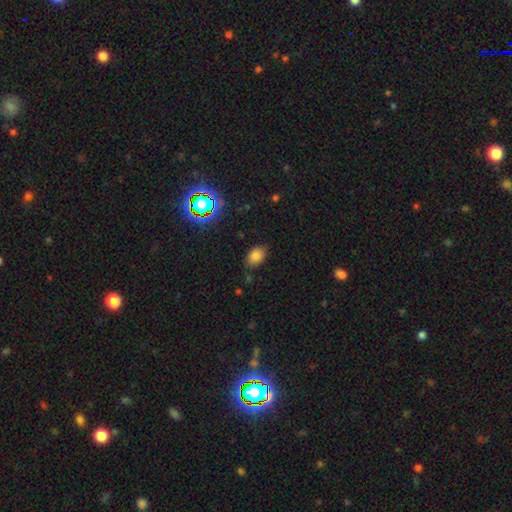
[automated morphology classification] Smooth or featured: smooth — 79% (star or artifact — 14%)
How rounded: in between — 81% (round — 18%)
Merging: none — 76% (minor disturbance — 18%)